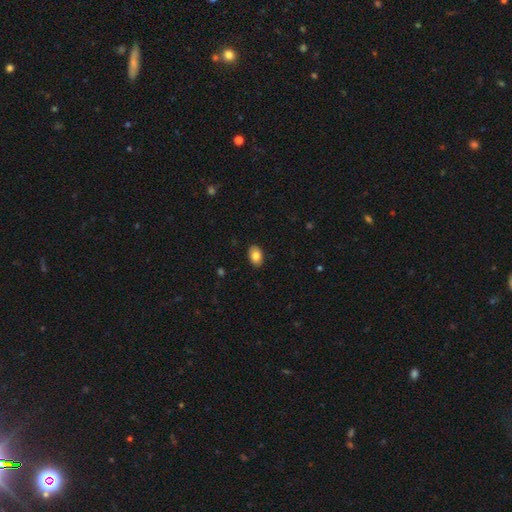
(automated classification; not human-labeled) A smooth galaxy with no disk features (82%) that is in between round and cigar-shaped (88%). Merging: none (88%).